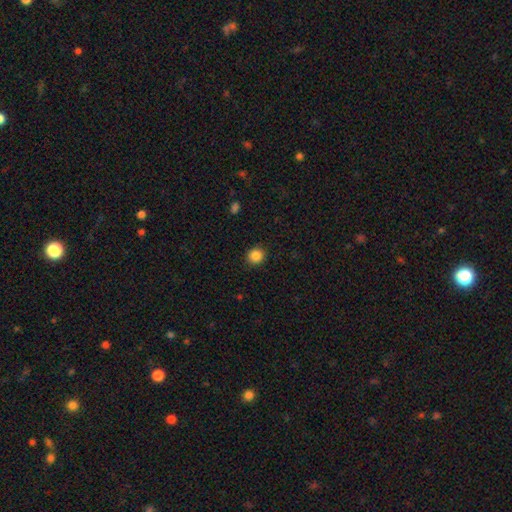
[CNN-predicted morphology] This appears to be a smooth galaxy with no disk features (86%) that is round (87%). Merging: none (90%).